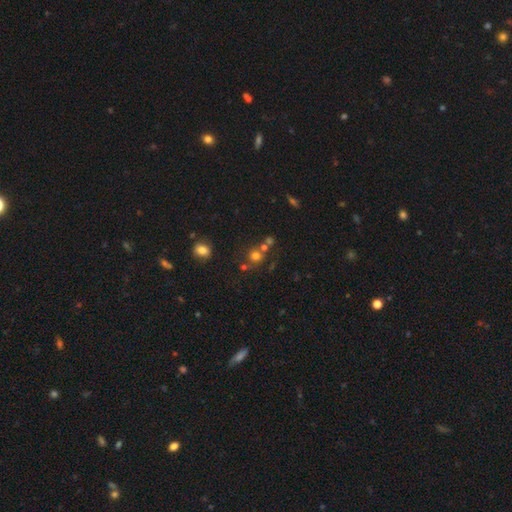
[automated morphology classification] The model was most divided on "merging": none: 58%, merger: 28%, minor disturbance: 9%, major disturbance: 5%. More confident: how rounded — round (86%); smooth or featured — smooth (67%).